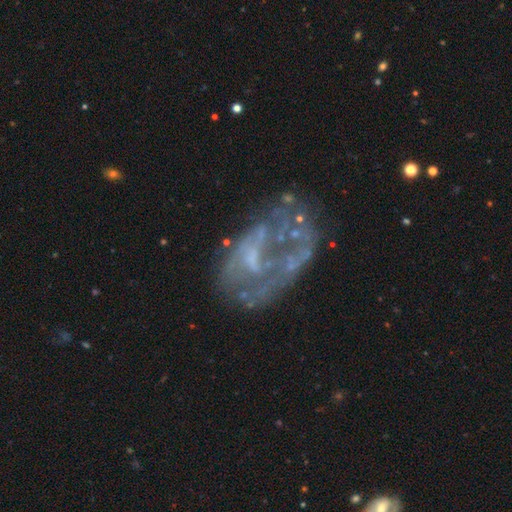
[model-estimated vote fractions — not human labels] Smooth or featured? Predicted: featured or disk (p=0.68). Edge-on disk? Predicted: no (p=0.97). Bar? Predicted: no (p=0.78). Spiral arms? Predicted: no (p=0.74). Bulge size? Predicted: none (p=0.54). Merging? Predicted: none (p=0.41).